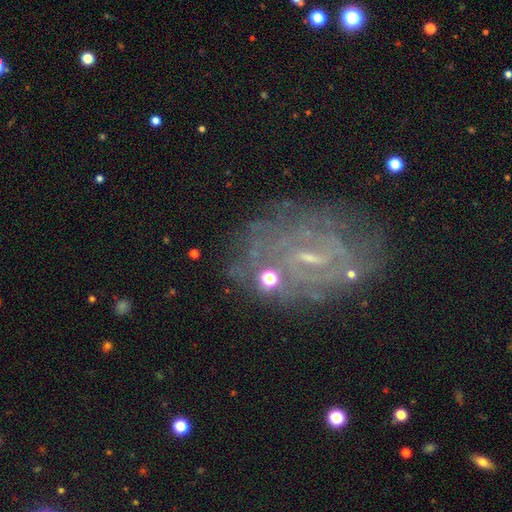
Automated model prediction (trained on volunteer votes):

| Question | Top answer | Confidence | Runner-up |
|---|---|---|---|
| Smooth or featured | featured or disk | 75% | star or artifact (13%) |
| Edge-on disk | no | 96% | yes (4%) |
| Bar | weak | 53% | no (24%) |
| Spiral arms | yes | 78% | no (22%) |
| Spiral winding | tight | 60% | medium (29%) |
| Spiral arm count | can't tell | 52% | 2 (22%) |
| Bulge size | small | 61% | none (21%) |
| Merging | none | 67% | minor disturbance (18%) |